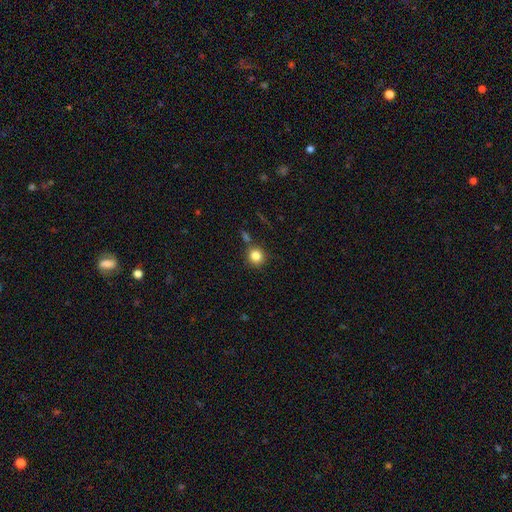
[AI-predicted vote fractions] The model was most divided on "merging": none: 78%, minor disturbance: 10%, merger: 8%, major disturbance: 3%. More confident: how rounded — round (90%); smooth or featured — smooth (83%).